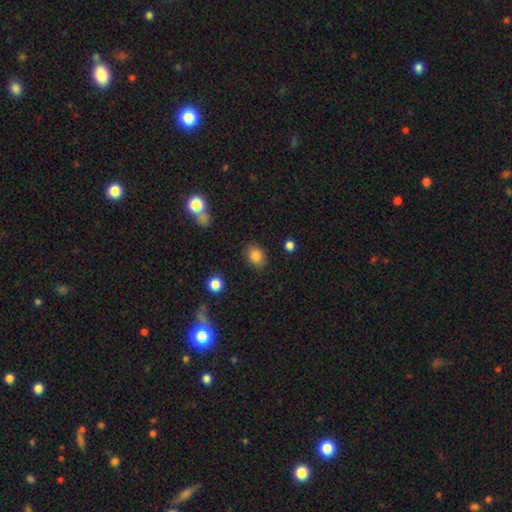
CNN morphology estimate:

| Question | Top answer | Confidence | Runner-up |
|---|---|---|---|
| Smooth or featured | smooth | 83% | star or artifact (10%) |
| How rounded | in between | 54% | round (45%) |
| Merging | none | 86% | minor disturbance (9%) |